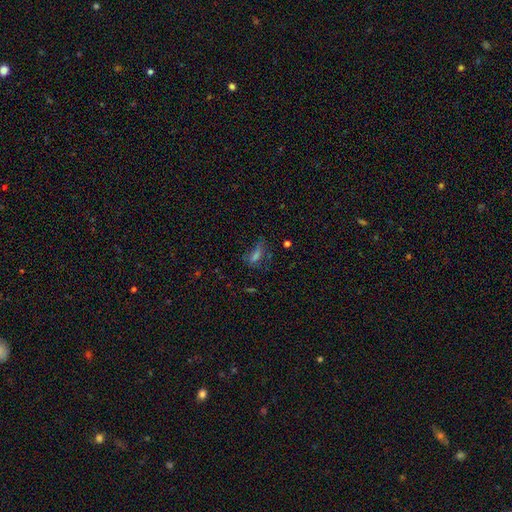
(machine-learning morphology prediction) This appears to be a smooth galaxy with no disk features (40%). Merging: none (48%).